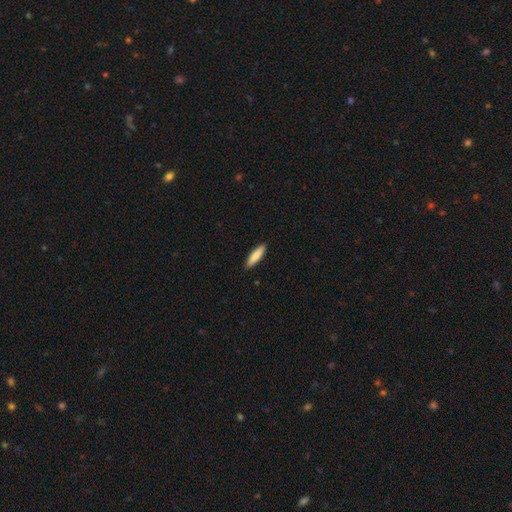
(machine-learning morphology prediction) Q: Smooth or featured?
A: smooth (85%); runner-up: featured or disk (10%)
Q: How rounded?
A: cigar-shaped (68%); runner-up: in between (30%)
Q: Merging?
A: none (91%); runner-up: minor disturbance (7%)